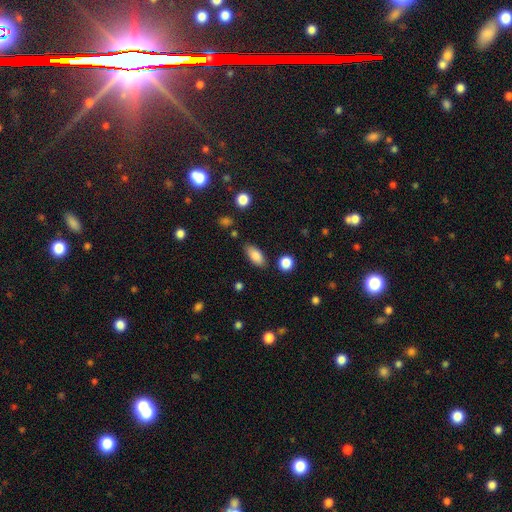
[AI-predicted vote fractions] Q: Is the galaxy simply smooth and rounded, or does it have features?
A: smooth — 85%.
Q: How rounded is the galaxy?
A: in between — 86%.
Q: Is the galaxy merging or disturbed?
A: none — 81%.